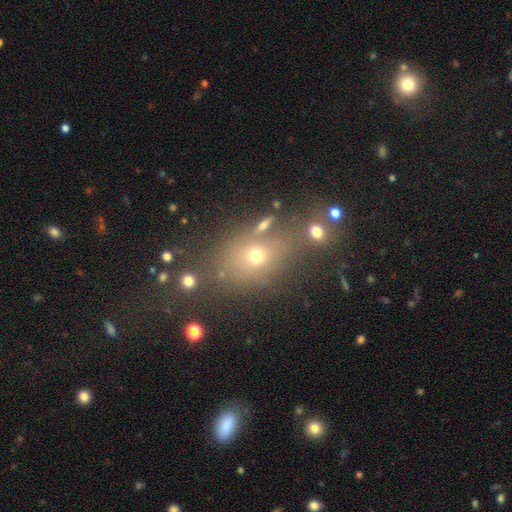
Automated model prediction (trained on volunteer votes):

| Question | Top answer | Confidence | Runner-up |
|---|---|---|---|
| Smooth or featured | smooth | 58% | star or artifact (25%) |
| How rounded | in between | 58% | round (39%) |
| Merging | none | 62% | merger (16%) |